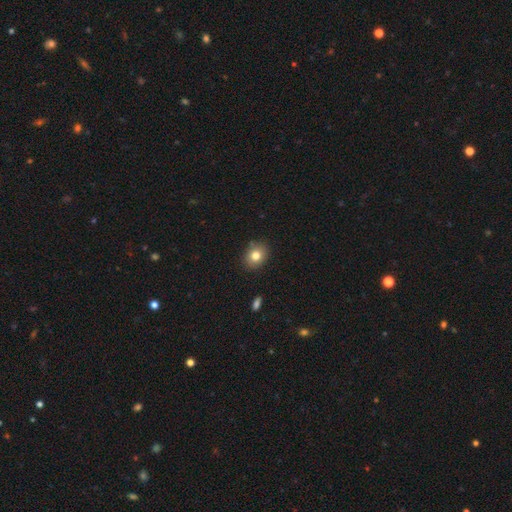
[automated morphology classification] This is likely a smooth galaxy (80%). How rounded: possibly round (53%). Merging: clearly none (85%).